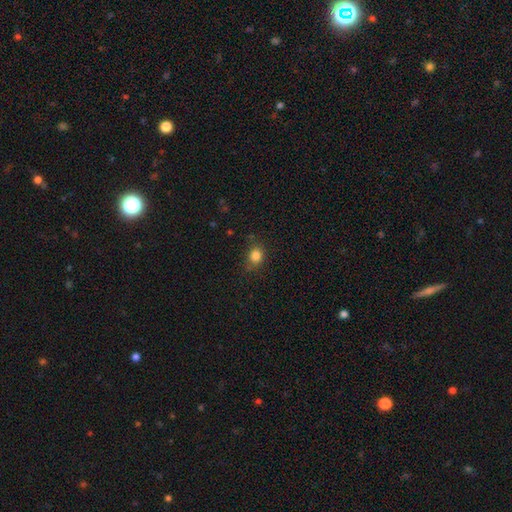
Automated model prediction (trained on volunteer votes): This appears to be a smooth galaxy with no disk features (83%) that is round (64%). Merging: none (76%).